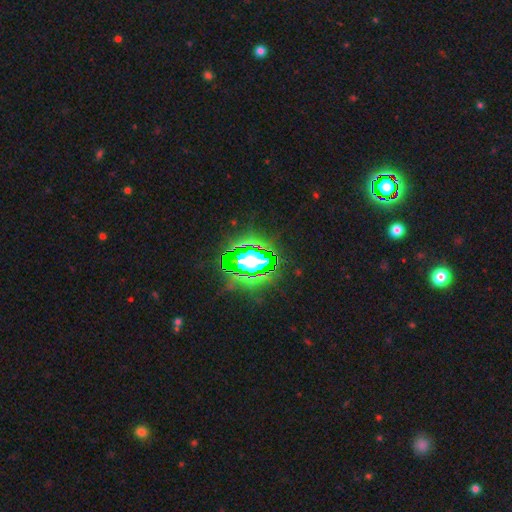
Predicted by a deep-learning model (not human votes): Smooth or featured: star or artifact — 57% (featured or disk — 27%)